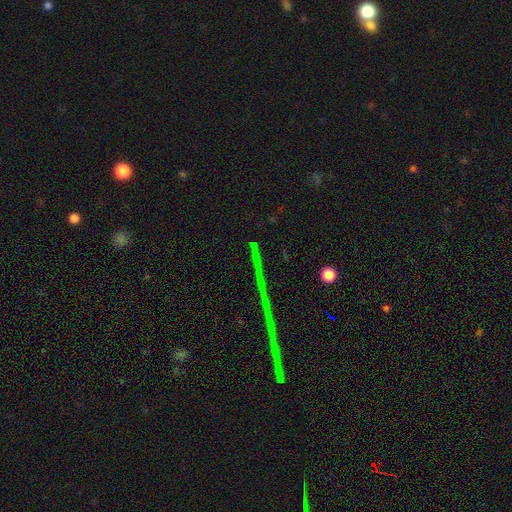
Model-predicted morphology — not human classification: star or artifact 76%, featured or disk 13%, smooth 11%.